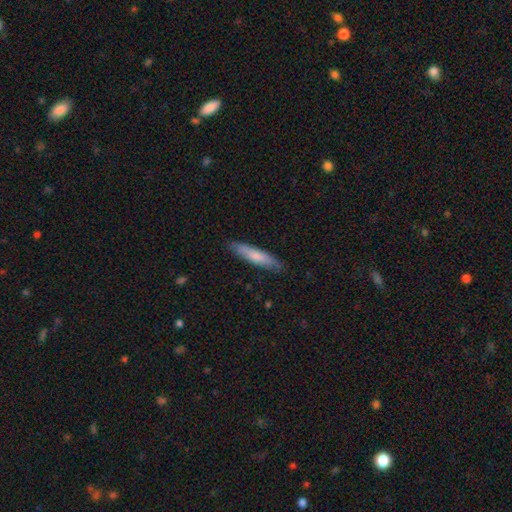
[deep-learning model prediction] Smooth or featured? smooth (73%)
How rounded? cigar-shaped (85%)
Merging? none (85%)